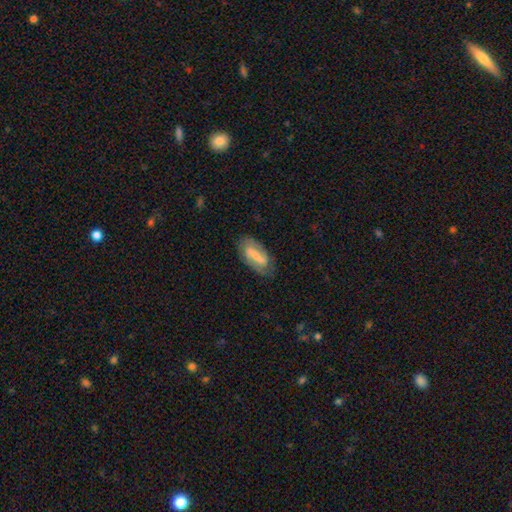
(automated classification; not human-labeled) The model was most divided on "spiral winding": medium: 42%, tight: 30%, loose: 28%. Remaining: edge-on disk — no (94%); spiral arms — yes (83%); spiral arm count — 2 (82%); merging — none (77%); smooth or featured — featured or disk (67%); bar — strong (57%); bulge size — small (49%).